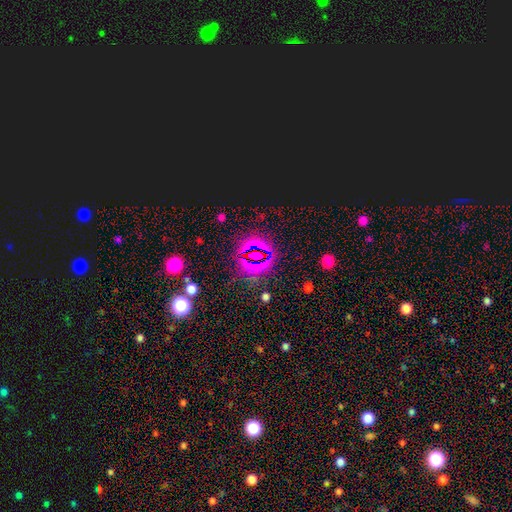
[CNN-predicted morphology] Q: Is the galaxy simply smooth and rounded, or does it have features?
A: star or artifact — 74%.